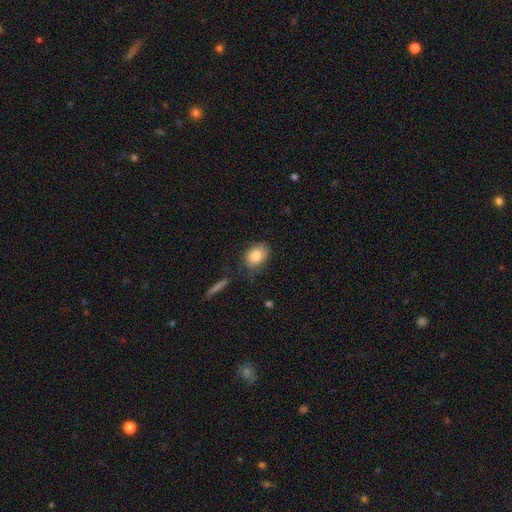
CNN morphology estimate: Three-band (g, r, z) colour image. It shows a smooth galaxy with no disk features (83%) that is in between round and cigar-shaped (77%). Merging: none (69%).